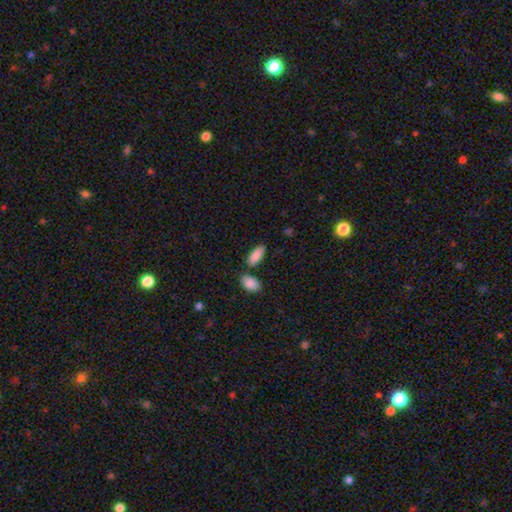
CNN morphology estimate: Smooth or featured?
  - smooth: 88% *
  - featured or disk: 6%
  - star or artifact: 6%
How rounded?
  - in between: 85% *
  - cigar-shaped: 12%
  - round: 2%
Merging?
  - none: 74% *
  - minor disturbance: 12%
  - merger: 12%
  - major disturbance: 3%